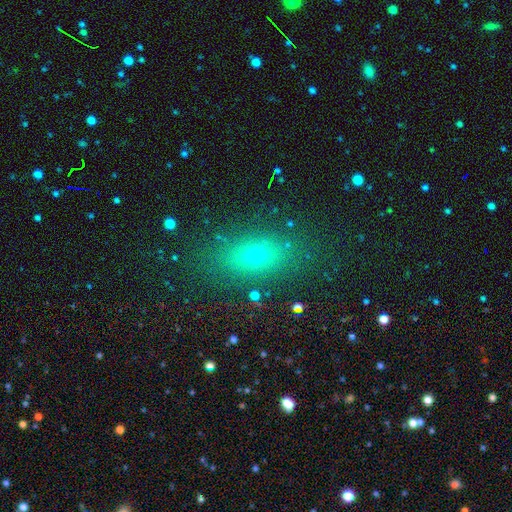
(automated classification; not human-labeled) Smooth or featured? Predicted: smooth (p=0.62). How rounded? Predicted: in between (p=0.72). Merging? Predicted: none (p=0.83).